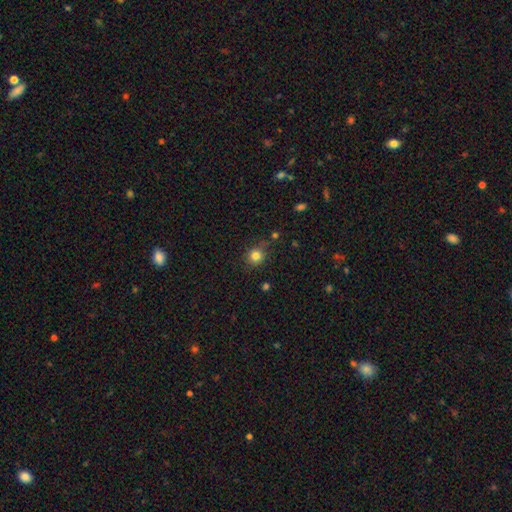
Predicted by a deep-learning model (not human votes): This appears to be a smooth galaxy with no disk features (82%) that is round (90%). Merging: none (80%).